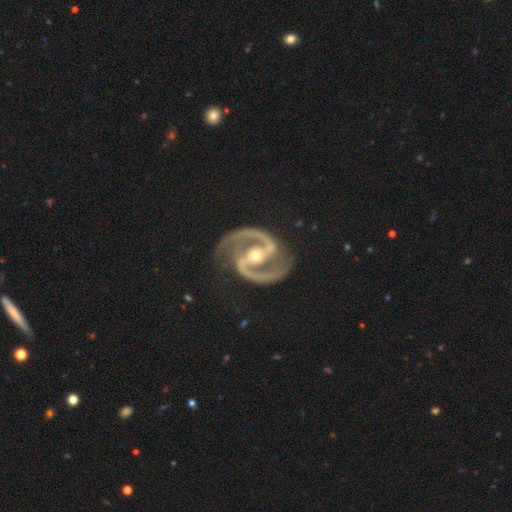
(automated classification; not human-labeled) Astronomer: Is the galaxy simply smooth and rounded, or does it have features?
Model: featured or disk — 94%.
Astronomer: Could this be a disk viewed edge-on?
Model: no — 98%.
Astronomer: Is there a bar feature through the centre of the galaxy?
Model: strong — 51%.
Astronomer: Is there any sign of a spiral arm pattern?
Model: yes — 99%.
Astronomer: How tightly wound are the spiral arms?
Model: medium — 68%.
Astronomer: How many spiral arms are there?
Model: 2 — 95%.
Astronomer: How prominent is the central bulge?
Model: small — 56% (runner-up: moderate, 41%).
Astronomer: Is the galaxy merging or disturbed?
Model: none — 80%.